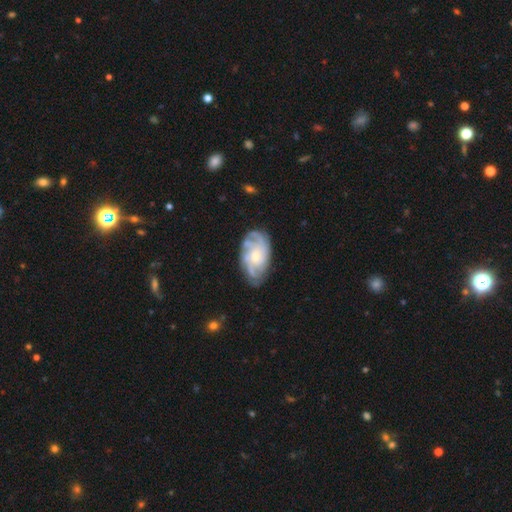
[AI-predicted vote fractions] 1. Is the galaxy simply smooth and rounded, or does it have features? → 81% featured or disk, 14% smooth, 6% star or artifact.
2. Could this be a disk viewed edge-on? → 96% no, 4% yes.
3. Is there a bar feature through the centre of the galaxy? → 73% no, 24% weak, 4% strong.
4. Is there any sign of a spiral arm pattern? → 95% yes, 5% no.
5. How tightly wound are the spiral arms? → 58% tight, 33% medium, 9% loose.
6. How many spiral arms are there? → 29% can't tell, 24% 4, 23% 3, 11% 2, 8% more than 4, 5% 1.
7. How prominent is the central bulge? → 48% moderate, 44% small, 4% large, 3% none, 1% dominant.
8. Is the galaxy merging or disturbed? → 75% none, 18% minor disturbance, 6% major disturbance, 2% merger.